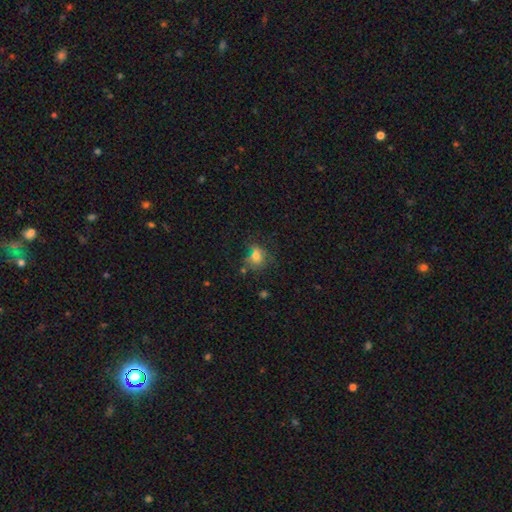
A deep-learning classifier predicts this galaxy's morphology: Smooth or featured? smooth (69%)
How rounded? round (60%)
Merging? none (53%)